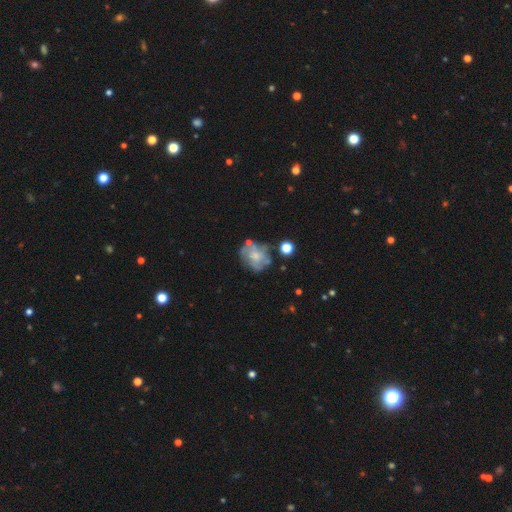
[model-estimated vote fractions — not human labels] Smooth or featured: featured or disk — 54% (smooth — 37%)
Edge-on disk: no — 97% (yes — 3%)
Bar: no — 81% (weak — 16%)
Spiral arms: no — 56% (yes — 44%)
Bulge size: small — 55% (moderate — 34%)
Merging: none — 53% (minor disturbance — 23%)